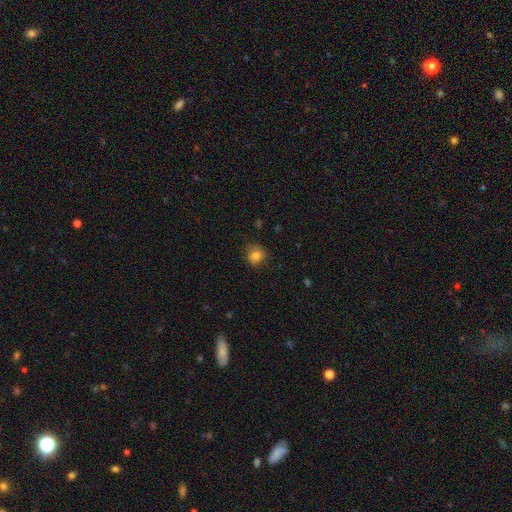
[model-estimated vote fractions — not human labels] This appears to be a smooth galaxy with no disk features (80%) that is round (82%). Merging: none (79%).